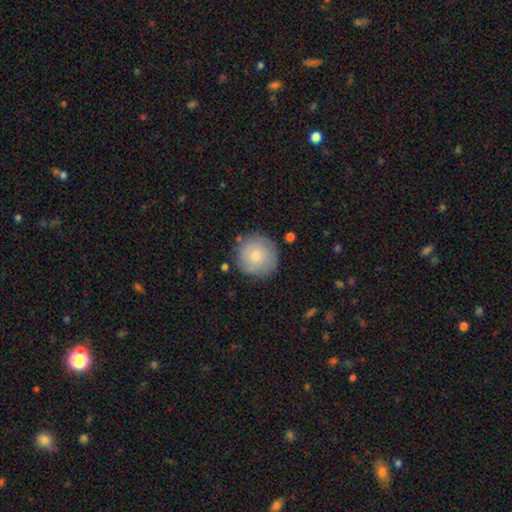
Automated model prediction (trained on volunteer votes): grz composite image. It shows a smooth galaxy with no disk features (74%) that is round (95%). Merging: none (83%).